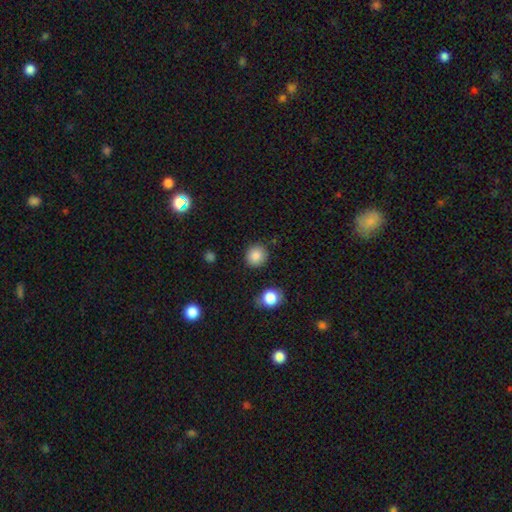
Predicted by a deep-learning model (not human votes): Smooth or featured?
  - smooth: 86% *
  - star or artifact: 10%
  - featured or disk: 4%
How rounded?
  - round: 88% *
  - in between: 11%
  - cigar-shaped: 1%
Merging?
  - none: 87% *
  - minor disturbance: 8%
  - major disturbance: 2%
  - merger: 2%